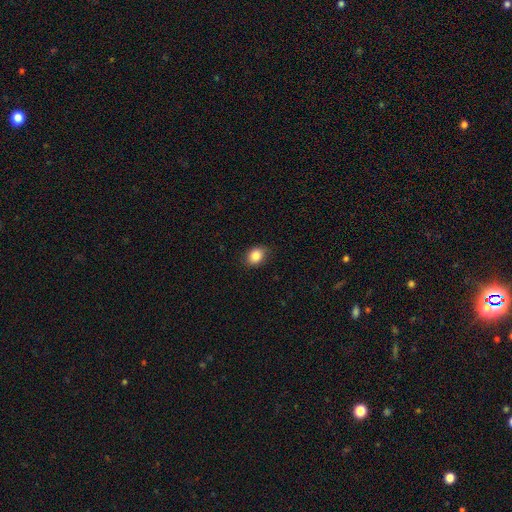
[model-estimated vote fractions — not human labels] Smooth or featured: smooth — 85% (star or artifact — 9%)
How rounded: in between — 59% (round — 40%)
Merging: none — 86% (minor disturbance — 11%)